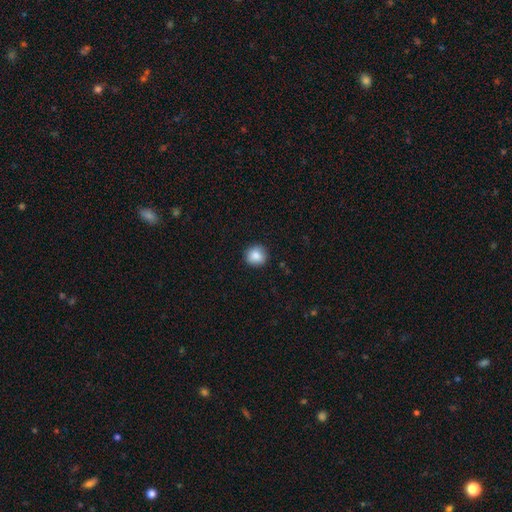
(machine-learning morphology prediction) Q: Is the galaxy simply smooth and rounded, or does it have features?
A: smooth — 87%.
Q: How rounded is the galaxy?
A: round — 92%.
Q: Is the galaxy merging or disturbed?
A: none — 90%.